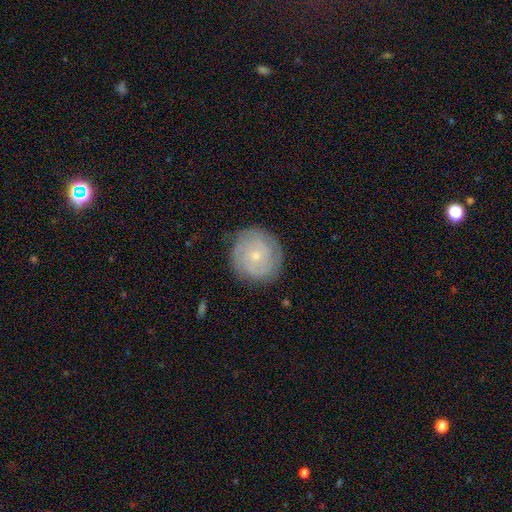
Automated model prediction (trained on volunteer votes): featured or disk 61%, smooth 32%, star or artifact 7%. Down the decision tree: edge-on disk — no (97%); bar — no (81%); spiral arms — yes (81%); bulge size — small (73%); merging — none (82%).